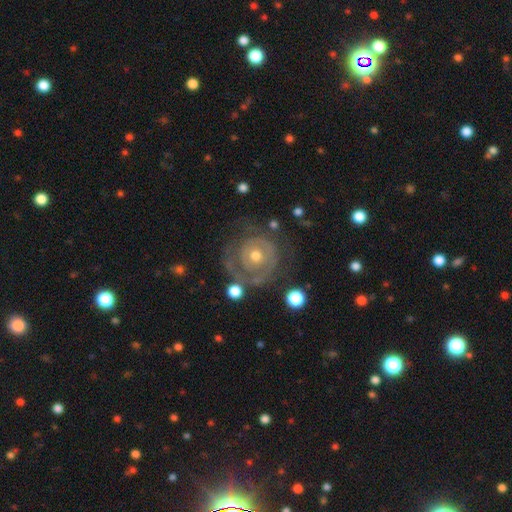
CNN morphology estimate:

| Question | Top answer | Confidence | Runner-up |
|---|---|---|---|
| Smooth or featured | featured or disk | 70% | smooth (23%) |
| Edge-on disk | no | 97% | yes (3%) |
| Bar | no | 85% | weak (12%) |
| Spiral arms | yes | 59% | no (41%) |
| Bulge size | moderate | 63% | small (30%) |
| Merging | none | 59% | minor disturbance (19%) |